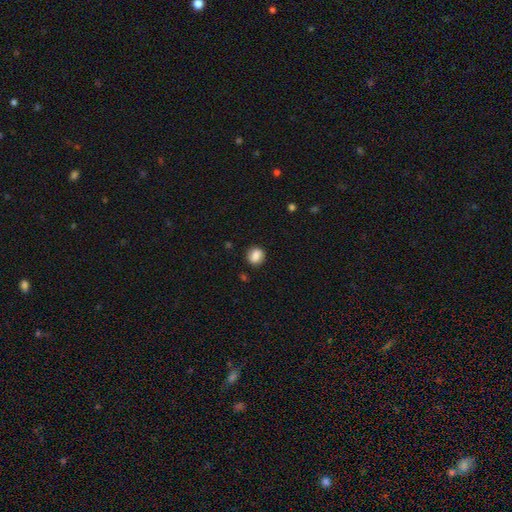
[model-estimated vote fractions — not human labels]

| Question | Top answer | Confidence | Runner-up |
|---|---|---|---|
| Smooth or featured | smooth | 80% | featured or disk (11%) |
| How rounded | round | 70% | in between (28%) |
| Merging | none | 84% | minor disturbance (11%) |